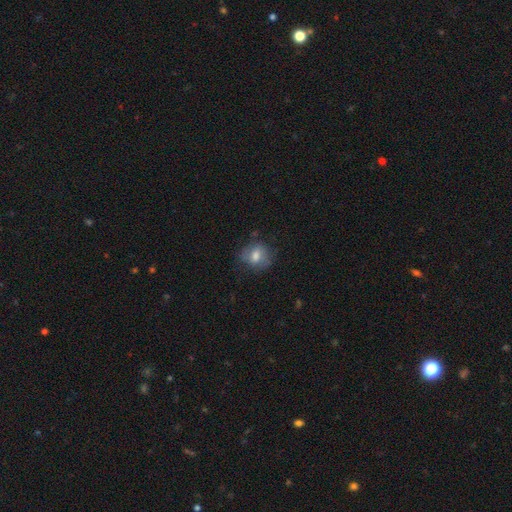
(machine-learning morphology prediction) type=smooth (67%); roundness=round (56%); merging=none (65%).